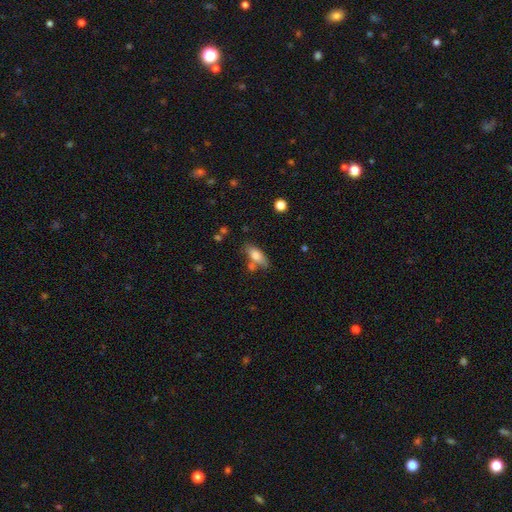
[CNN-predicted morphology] Overall: smooth (75%). How rounded: in between (75%). Merging: none (62%).